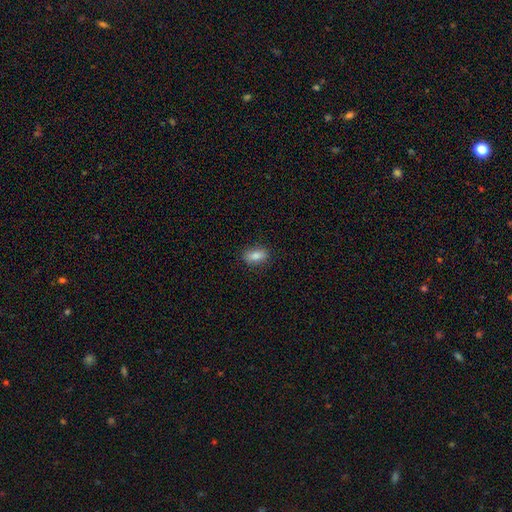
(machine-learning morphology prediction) This is clearly a smooth galaxy (82%). How rounded: clearly in between (84%). Merging: clearly none (86%).